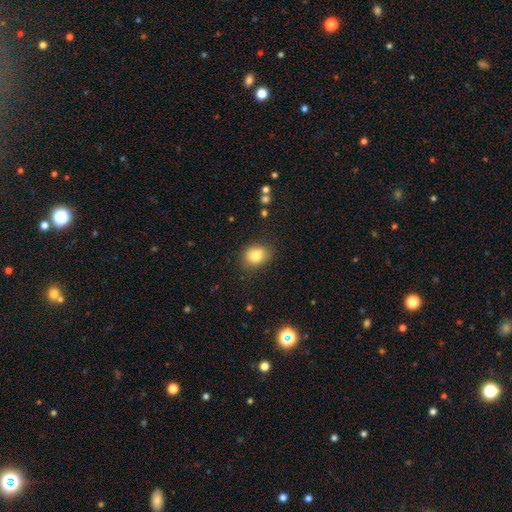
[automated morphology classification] Smooth or featured? smooth (81%)
How rounded? in between (51%)
Merging? none (76%)